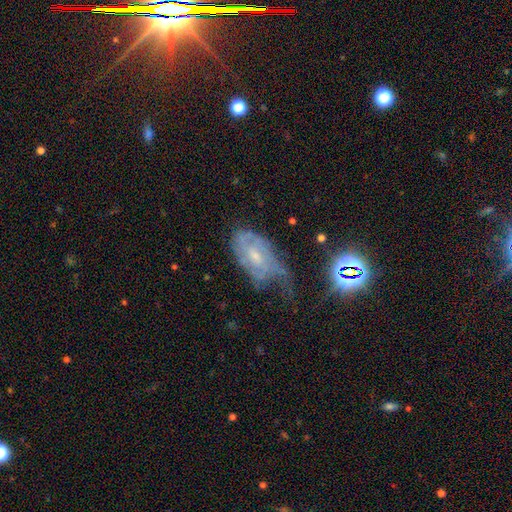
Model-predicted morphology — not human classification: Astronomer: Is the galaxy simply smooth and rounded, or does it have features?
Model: featured or disk — 67%.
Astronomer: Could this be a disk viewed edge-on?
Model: no — 94%.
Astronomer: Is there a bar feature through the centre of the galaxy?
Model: no — 52% (runner-up: weak, 40%).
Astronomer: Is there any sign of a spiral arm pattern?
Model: yes — 80%.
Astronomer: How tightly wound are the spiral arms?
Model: tight — 51% (runner-up: medium, 35%).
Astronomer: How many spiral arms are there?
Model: can't tell — 52%.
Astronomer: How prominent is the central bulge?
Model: small — 55% (runner-up: moderate, 35%).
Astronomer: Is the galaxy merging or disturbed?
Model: none — 34% (runner-up: minor disturbance, 33%).